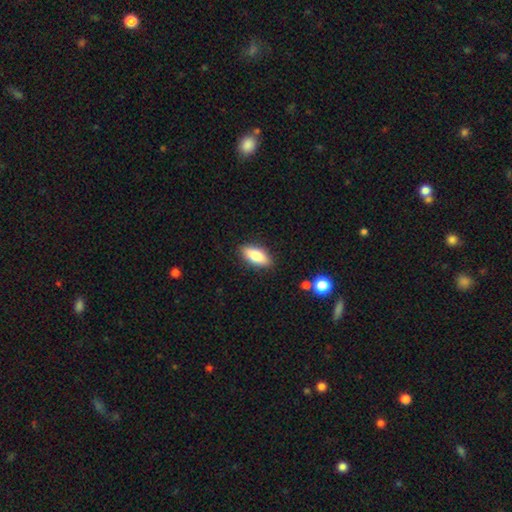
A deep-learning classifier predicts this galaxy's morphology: Smooth or featured? Predicted: smooth (p=0.80). How rounded? Predicted: in between (p=0.80). Merging? Predicted: none (p=0.88).